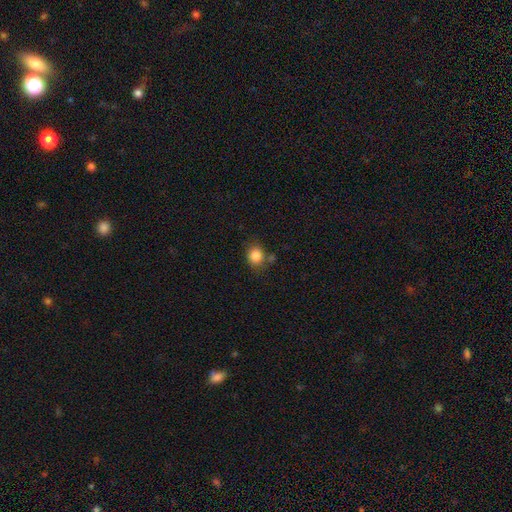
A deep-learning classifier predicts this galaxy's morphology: This appears to be a smooth galaxy with no disk features (85%) that is round (75%). Merging: none (70%).